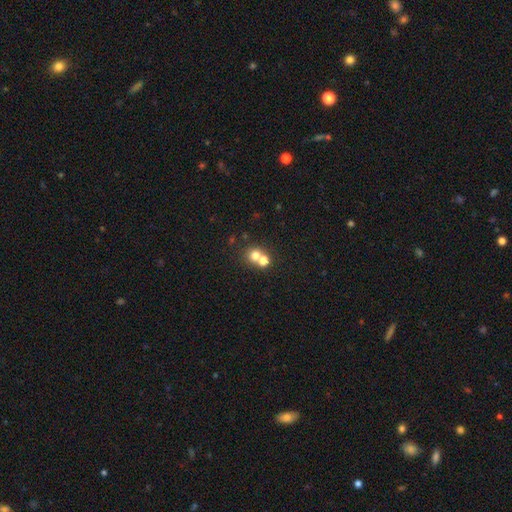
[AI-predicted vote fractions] A smooth galaxy with no disk features (71%) that is round (84%). Merging: merger (49%).